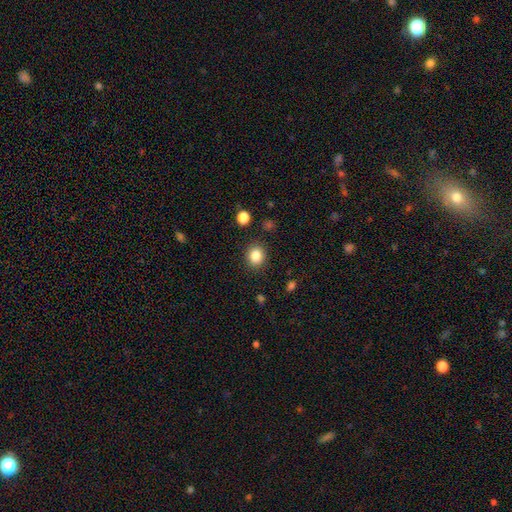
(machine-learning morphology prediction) This appears to be a smooth galaxy with no disk features (85%) that is round (78%). Merging: none (89%).